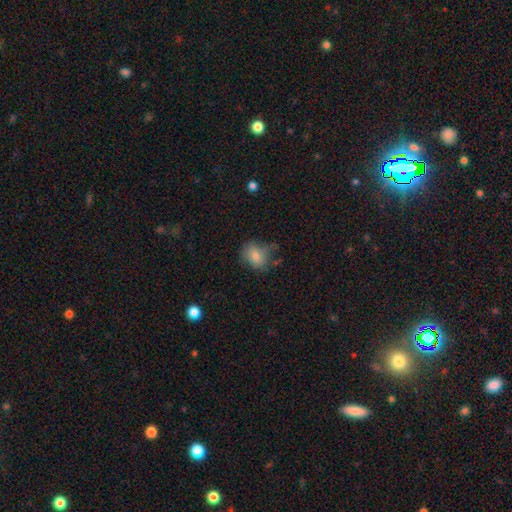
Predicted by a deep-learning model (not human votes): smooth-or-featured: smooth: 74% | featured or disk: 15% | star or artifact: 11%
  how-rounded: round: 53% | in between: 46% | cigar-shaped: 1%
  merging: none: 56% | minor disturbance: 29% | major disturbance: 12% | merger: 3%